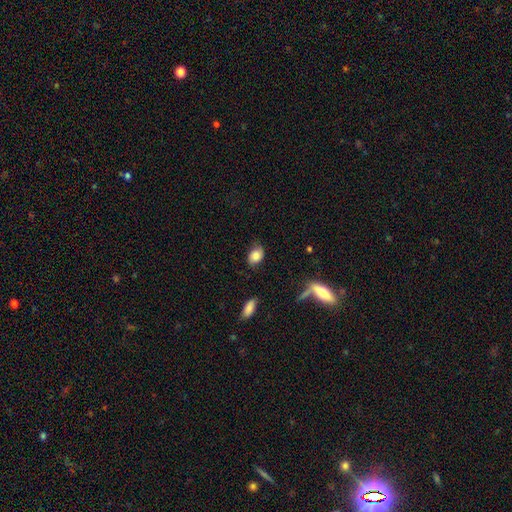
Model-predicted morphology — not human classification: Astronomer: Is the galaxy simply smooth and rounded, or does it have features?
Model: smooth — 77%.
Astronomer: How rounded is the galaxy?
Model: in between — 74%.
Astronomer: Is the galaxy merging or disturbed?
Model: none — 67%.